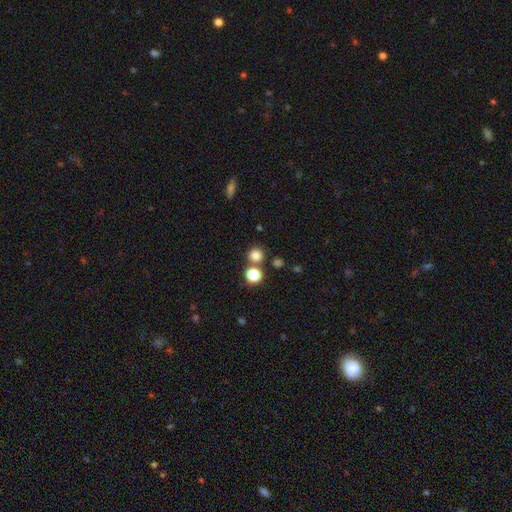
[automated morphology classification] smooth-or-featured: smooth: 79% | star or artifact: 15% | featured or disk: 6%
  how-rounded: round: 92% | in between: 7% | cigar-shaped: 1%
  merging: none: 76% | merger: 15% | minor disturbance: 7% | major disturbance: 3%